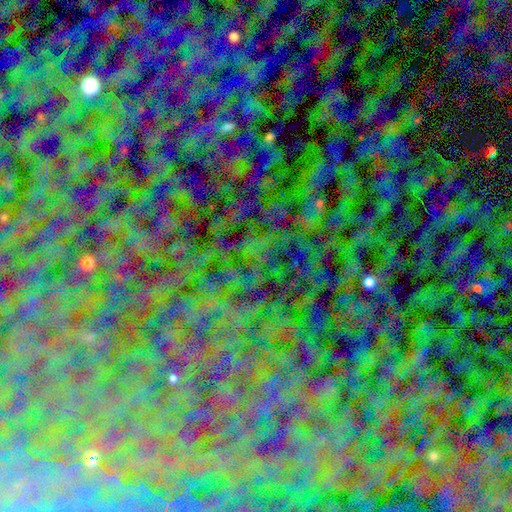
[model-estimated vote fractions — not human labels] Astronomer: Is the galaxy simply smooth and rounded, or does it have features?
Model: star or artifact — 83%.